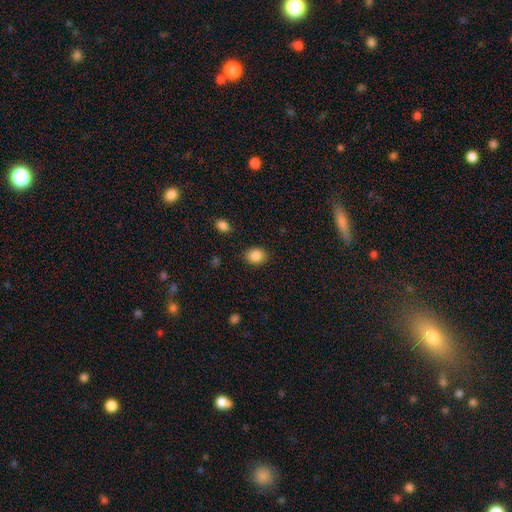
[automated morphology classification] This appears to be a smooth galaxy with no disk features (87%) that is round (54%). Merging: none (86%).